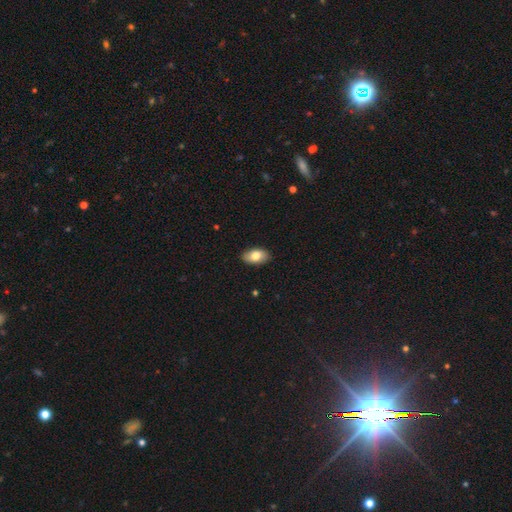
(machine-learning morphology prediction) A smooth galaxy with no disk features (80%) that is in between round and cigar-shaped (93%). Merging: none (88%).